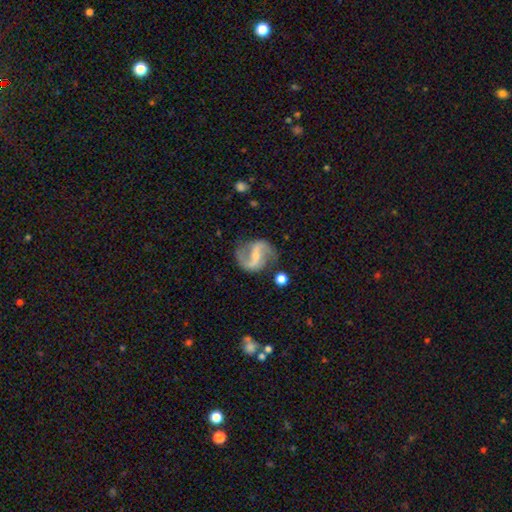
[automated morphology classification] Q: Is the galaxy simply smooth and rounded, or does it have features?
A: featured or disk — 87%.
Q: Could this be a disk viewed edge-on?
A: no — 98%.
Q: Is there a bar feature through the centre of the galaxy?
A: strong — 42%.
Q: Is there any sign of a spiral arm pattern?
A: yes — 96%.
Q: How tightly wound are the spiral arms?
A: loose — 45%.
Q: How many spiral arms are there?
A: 2 — 92%.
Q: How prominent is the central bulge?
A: small — 63%.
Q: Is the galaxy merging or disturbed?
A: none — 77%.